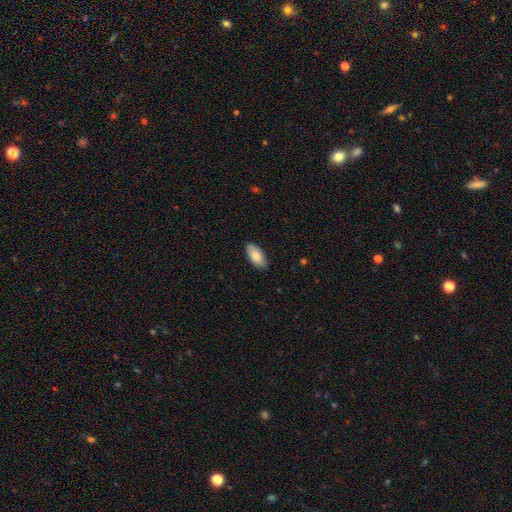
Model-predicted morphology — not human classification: Smooth or featured: smooth — 82% (featured or disk — 12%)
How rounded: in between — 92% (cigar-shaped — 5%)
Merging: none — 85% (minor disturbance — 12%)